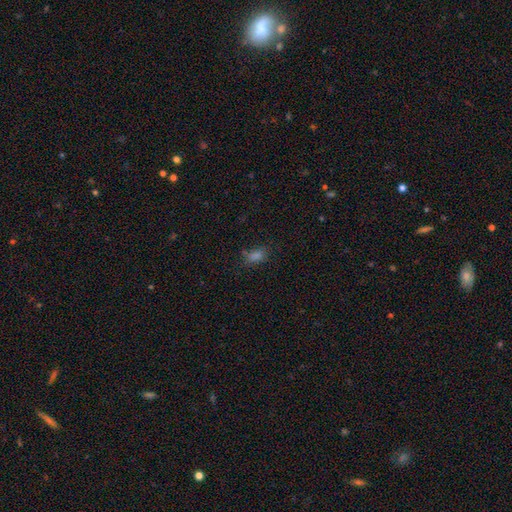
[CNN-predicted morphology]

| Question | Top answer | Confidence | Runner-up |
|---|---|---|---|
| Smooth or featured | smooth | 68% | star or artifact (24%) |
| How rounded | in between | 79% | round (14%) |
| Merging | none | 70% | minor disturbance (18%) |